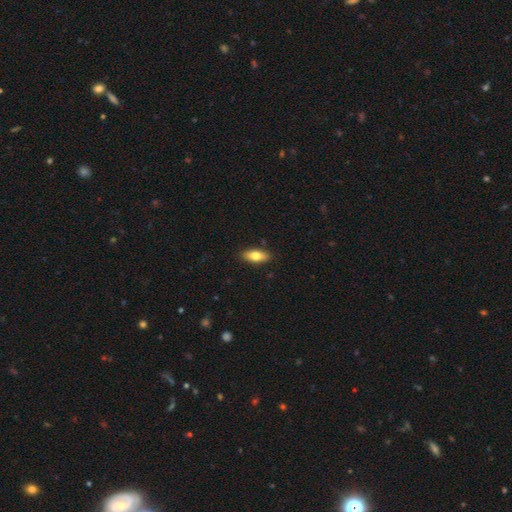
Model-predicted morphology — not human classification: smooth 74%, featured or disk 19%, star or artifact 6%. Down the decision tree: how rounded — in between (78%); merging — none (89%).